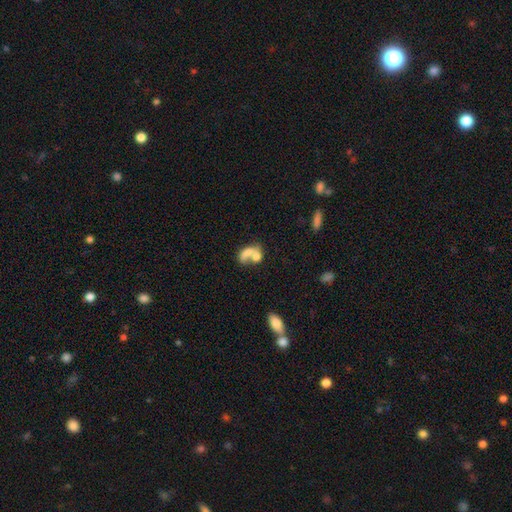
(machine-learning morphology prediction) smooth_or_featured: smooth (p=0.65) [alt: featured or disk p=0.25]
how_rounded: in between (p=0.74) [alt: round p=0.22]
merging: merger (p=0.67) [alt: none p=0.17]